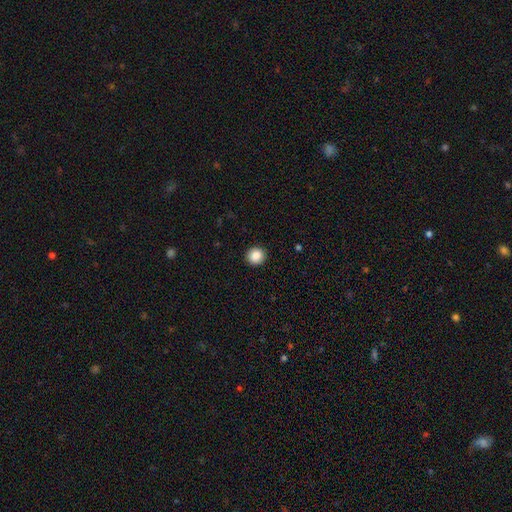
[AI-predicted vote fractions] This appears to be a smooth galaxy with no disk features (88%) that is round (93%). Merging: none (92%).